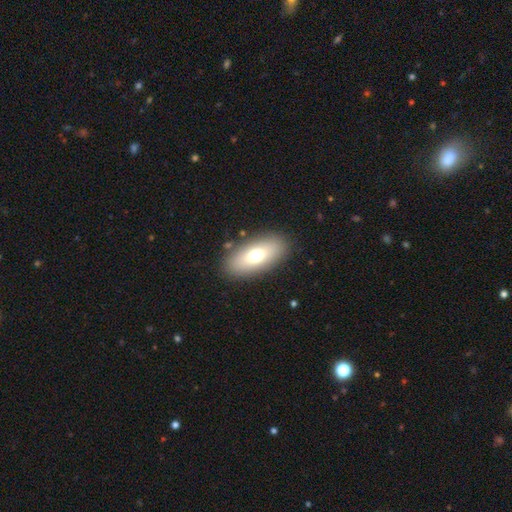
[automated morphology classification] Q: Smooth or featured?
A: smooth (69%); runner-up: featured or disk (22%)
Q: How rounded?
A: in between (87%); runner-up: cigar-shaped (8%)
Q: Merging?
A: none (87%); runner-up: minor disturbance (8%)